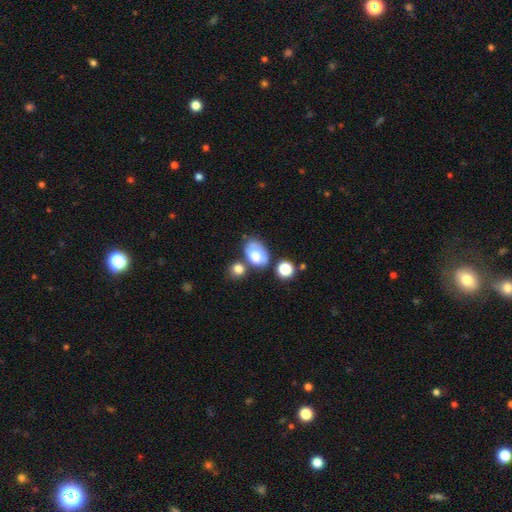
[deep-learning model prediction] Smooth or featured? smooth (69%)
How rounded? in between (80%)
Merging? none (47%)